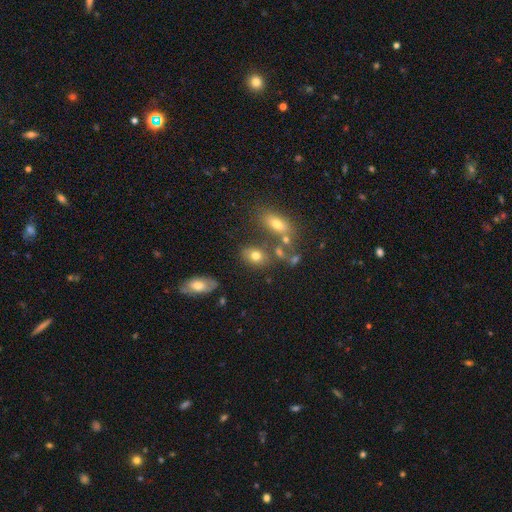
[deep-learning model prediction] Smooth or featured? Predicted: smooth (p=0.74). How rounded? Predicted: in between (p=0.75). Merging? Predicted: none (p=0.64).